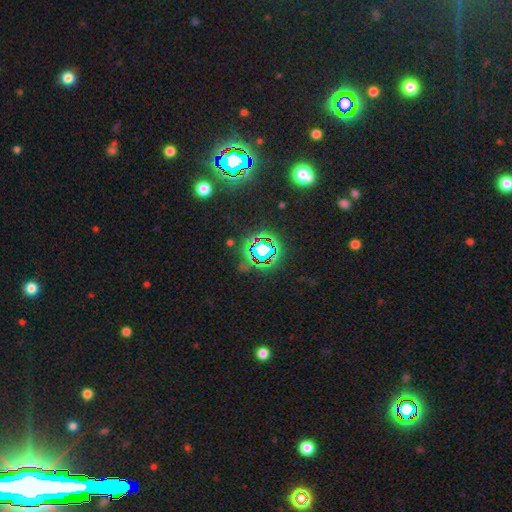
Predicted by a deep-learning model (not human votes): smooth-or-featured: star or artifact: 82% | smooth: 11% | featured or disk: 7%